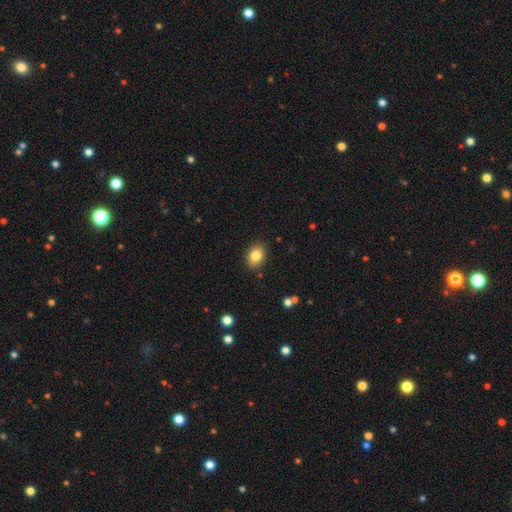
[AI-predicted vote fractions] This appears to be a smooth galaxy with no disk features (83%) that is in between round and cigar-shaped (72%). Merging: none (88%).